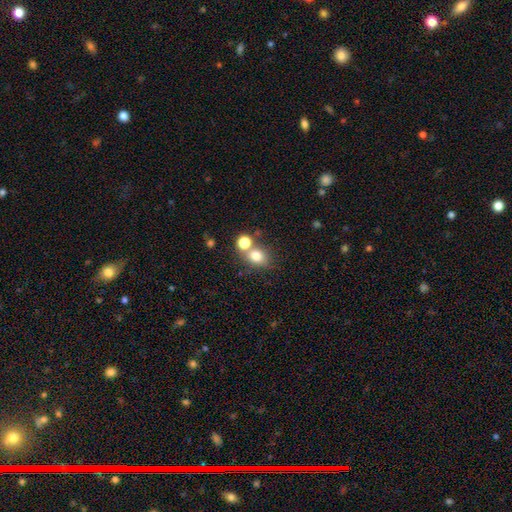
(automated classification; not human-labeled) Overall: smooth (77%). How rounded: round (64%; in between 35%). Merging: none (56%; merger 31%).